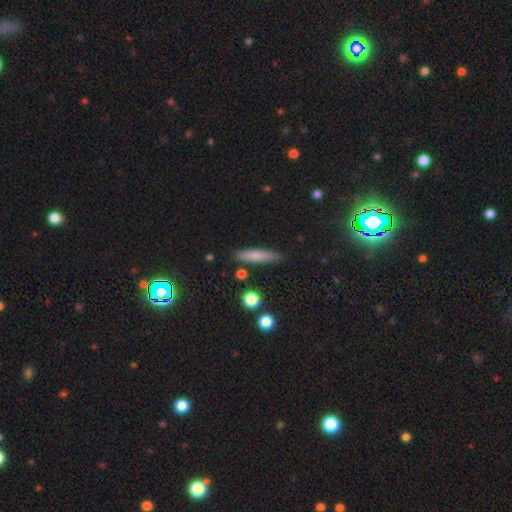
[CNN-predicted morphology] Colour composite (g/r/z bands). It shows a smooth galaxy with no disk features (75%) that is cigar-shaped (84%). Merging: none (86%).